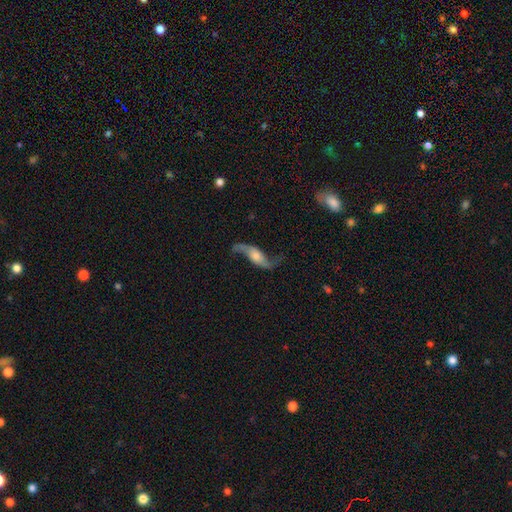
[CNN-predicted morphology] Smooth or featured? Predicted: featured or disk (p=0.83). Edge-on disk? Predicted: no (p=0.89). Bar? Predicted: no (p=0.55). Spiral arms? Predicted: yes (p=0.95). Spiral winding? Predicted: loose (p=0.91). Spiral arm count? Predicted: 2 (p=0.93). Bulge size? Predicted: moderate (p=0.36). Merging? Predicted: none (p=0.71).